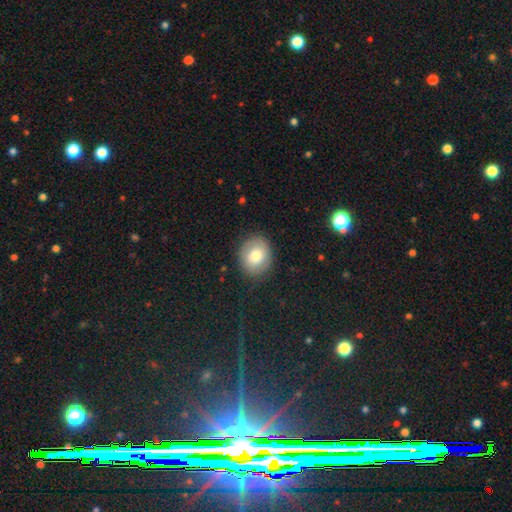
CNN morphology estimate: Overall: smooth (75%). How rounded: round (69%; in between 30%). Merging: none (85%).